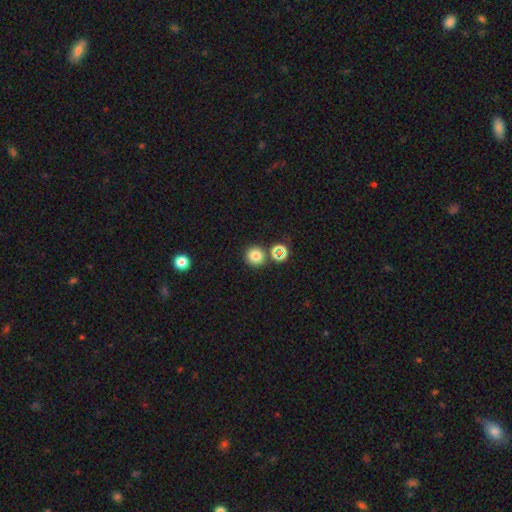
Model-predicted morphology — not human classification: smooth 77%, star or artifact 17%, featured or disk 6%. Down the decision tree: how rounded — round (90%); merging — none (81%).